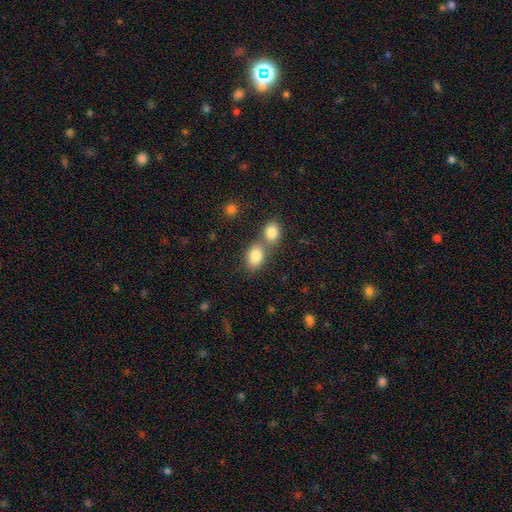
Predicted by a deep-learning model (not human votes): The model was most divided on "merging": merger: 47%, none: 41%, minor disturbance: 8%, major disturbance: 3%. More confident: smooth or featured — smooth (84%); how rounded — in between (71%).